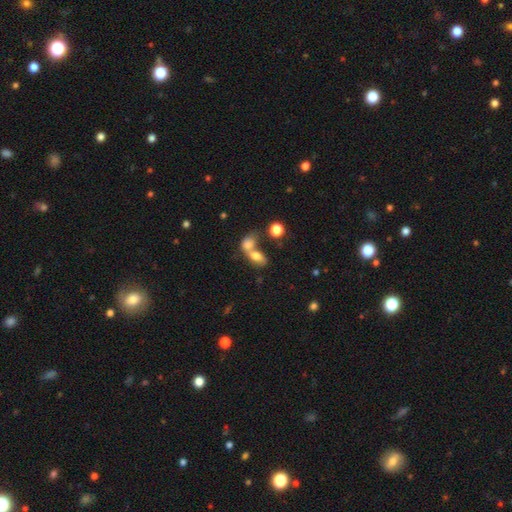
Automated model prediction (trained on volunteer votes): Smooth or featured?
  - smooth: 73% *
  - featured or disk: 16%
  - star or artifact: 11%
How rounded?
  - in between: 78% *
  - round: 19%
  - cigar-shaped: 4%
Merging?
  - merger: 70% *
  - none: 18%
  - minor disturbance: 7%
  - major disturbance: 5%